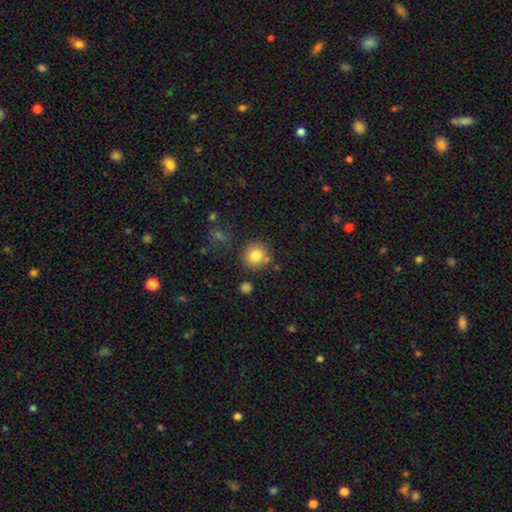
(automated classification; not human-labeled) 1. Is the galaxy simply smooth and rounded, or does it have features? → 82% smooth, 10% star or artifact, 8% featured or disk.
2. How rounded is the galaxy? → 91% round, 8% in between, 1% cigar-shaped.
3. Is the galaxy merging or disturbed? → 80% none, 10% minor disturbance, 7% merger, 3% major disturbance.